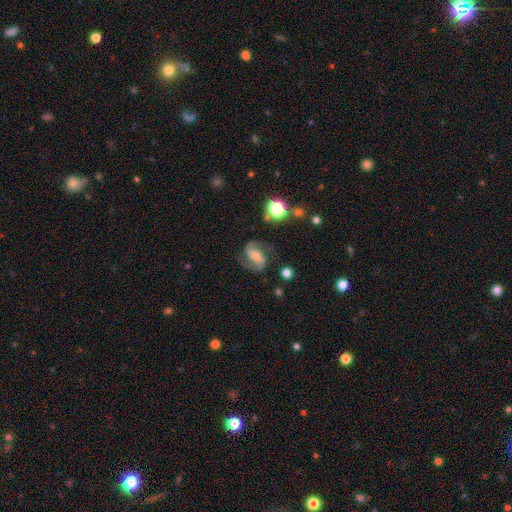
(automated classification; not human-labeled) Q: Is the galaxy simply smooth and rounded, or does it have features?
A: featured or disk — 77%.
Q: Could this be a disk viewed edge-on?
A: no — 97%.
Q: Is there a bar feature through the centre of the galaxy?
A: strong — 39%.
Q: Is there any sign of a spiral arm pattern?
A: yes — 94%.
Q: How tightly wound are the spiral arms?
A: medium — 49%.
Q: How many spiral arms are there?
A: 2 — 91%.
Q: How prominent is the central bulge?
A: small — 49%.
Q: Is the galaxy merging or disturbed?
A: none — 73%.